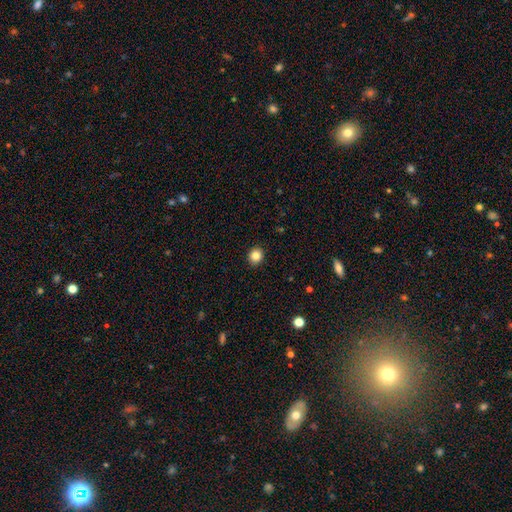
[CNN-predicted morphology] A smooth galaxy with no disk features (85%) that is round (74%).

Vote fractions:
- Smooth or featured? smooth: 85% / star or artifact: 10% / featured or disk: 5%
- How rounded? round: 74% / in between: 25% / cigar-shaped: 1%
- Merging? none: 91% / minor disturbance: 6% / major disturbance: 2% / merger: 1%